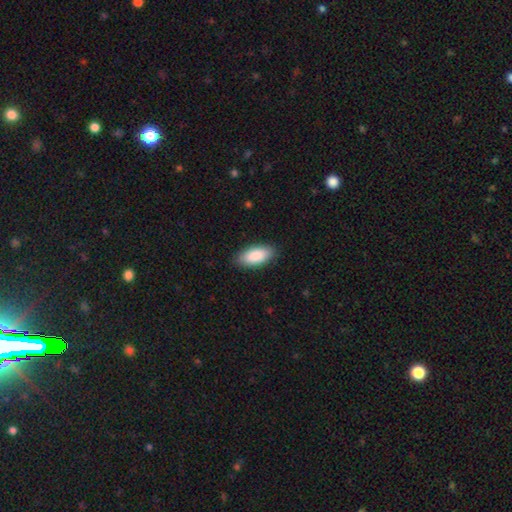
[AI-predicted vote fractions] This appears to be a smooth galaxy with no disk features (89%) that is in between round and cigar-shaped (90%). Merging: none (87%).